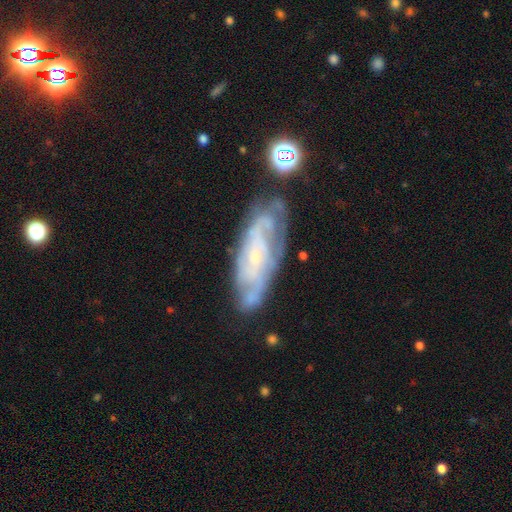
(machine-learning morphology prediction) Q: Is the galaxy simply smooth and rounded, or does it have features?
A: featured or disk — 79%.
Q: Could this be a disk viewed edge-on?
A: no — 86%.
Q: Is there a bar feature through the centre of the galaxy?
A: no — 67%.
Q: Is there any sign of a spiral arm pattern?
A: yes — 89%.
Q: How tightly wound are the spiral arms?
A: tight — 63%.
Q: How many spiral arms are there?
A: can't tell — 47%.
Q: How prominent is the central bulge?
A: small — 77%.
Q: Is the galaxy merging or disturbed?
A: none — 69%.